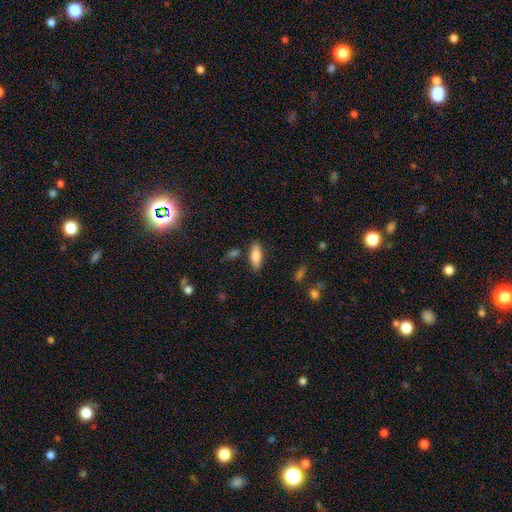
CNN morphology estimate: Smooth or featured?
  - smooth: 80% *
  - featured or disk: 13%
  - star or artifact: 7%
How rounded?
  - in between: 71% *
  - cigar-shaped: 27%
  - round: 2%
Merging?
  - none: 82% *
  - minor disturbance: 11%
  - merger: 4%
  - major disturbance: 3%